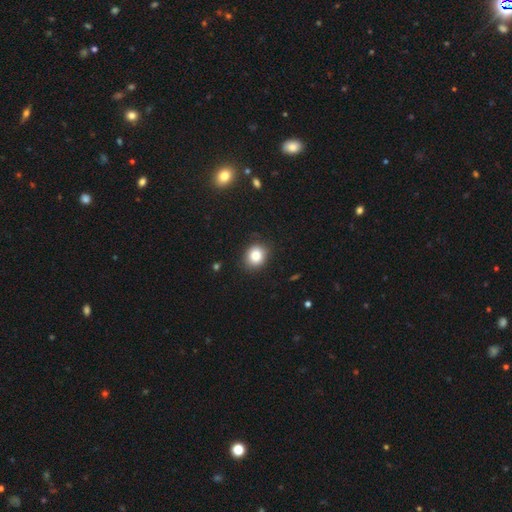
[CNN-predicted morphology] A smooth galaxy with no disk features (84%) that is round (70%). Merging: none (85%).